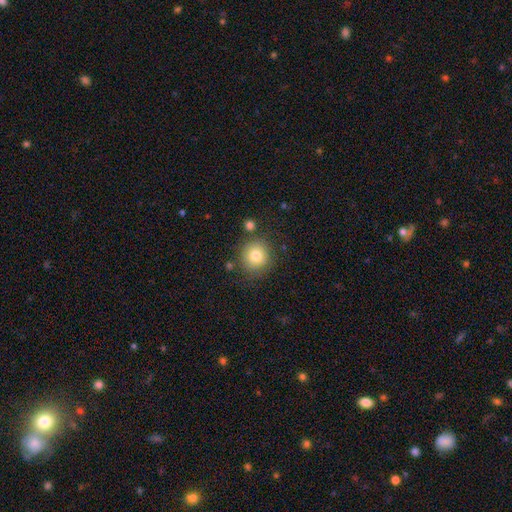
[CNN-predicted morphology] Smooth or featured? Predicted: smooth (p=0.80). How rounded? Predicted: round (p=0.91). Merging? Predicted: none (p=0.81).